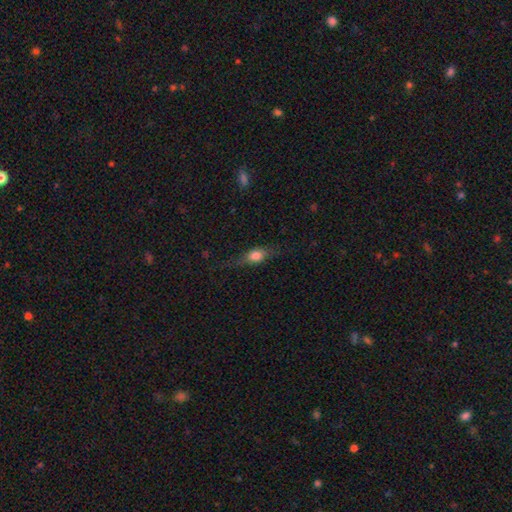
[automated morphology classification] Smooth or featured? Predicted: smooth (p=0.65). How rounded? Predicted: in between (p=0.64). Merging? Predicted: none (p=0.60).